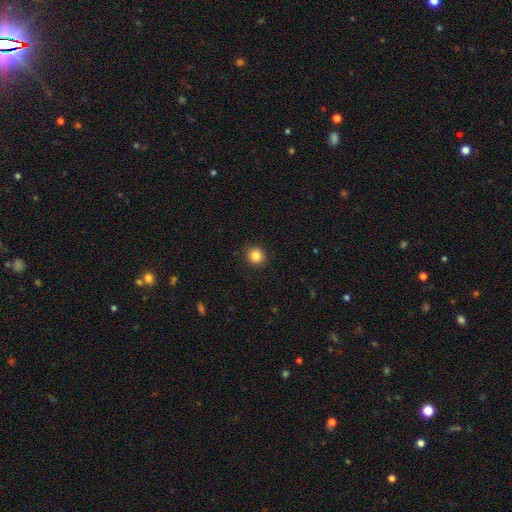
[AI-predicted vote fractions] Smooth or featured? Predicted: smooth (p=0.85). How rounded? Predicted: round (p=0.90). Merging? Predicted: none (p=0.91).